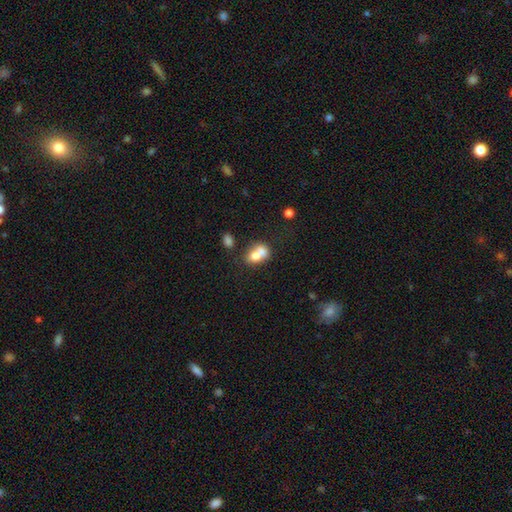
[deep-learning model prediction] smooth 68%, featured or disk 23%, star or artifact 9%. Down the decision tree: how rounded — in between (55%); merging — merger (69%).